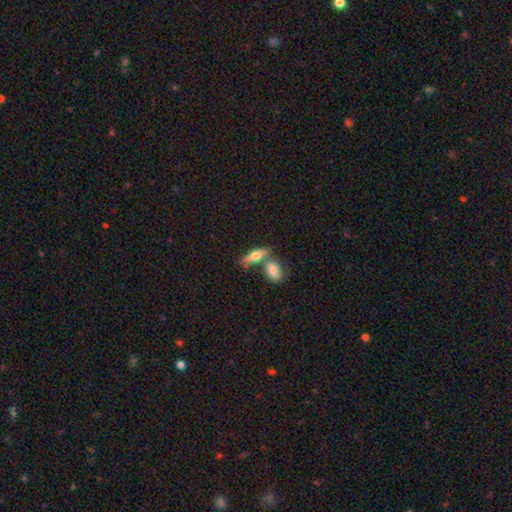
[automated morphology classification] smooth-or-featured: smooth: 57% | featured or disk: 36% | star or artifact: 7%
  how-rounded: in between: 54% | cigar-shaped: 41% | round: 5%
  merging: none: 49% | merger: 37% | minor disturbance: 10% | major disturbance: 4%